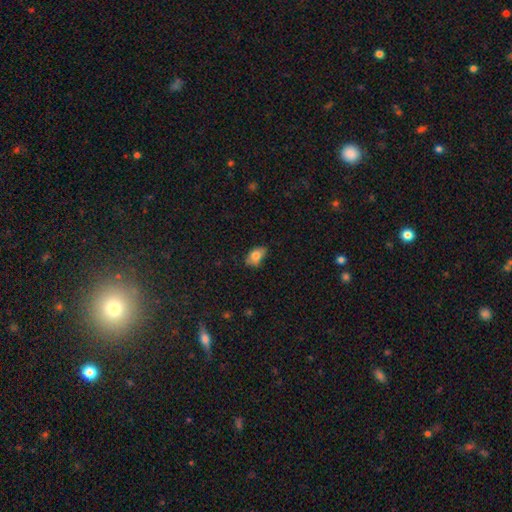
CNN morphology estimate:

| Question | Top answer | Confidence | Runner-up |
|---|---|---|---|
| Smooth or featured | smooth | 78% | featured or disk (13%) |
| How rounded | in between | 87% | round (10%) |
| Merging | none | 65% | minor disturbance (28%) |